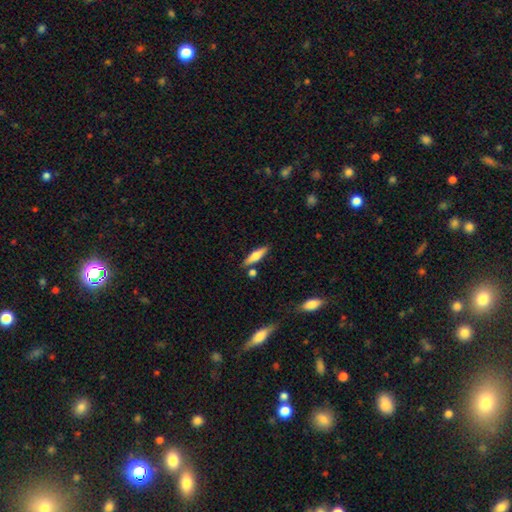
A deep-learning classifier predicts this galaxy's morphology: This appears to be a smooth galaxy with no disk features (59%) that is cigar-shaped (69%). Merging: none (81%).